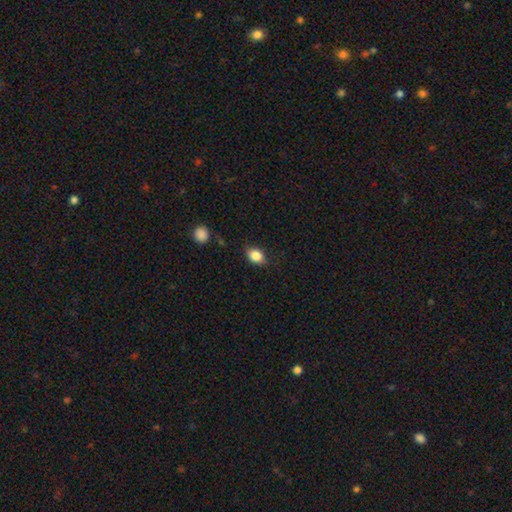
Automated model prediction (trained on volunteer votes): smooth 84%, star or artifact 9%, featured or disk 7%. Down the decision tree: how rounded — in between (72%); merging — none (80%).